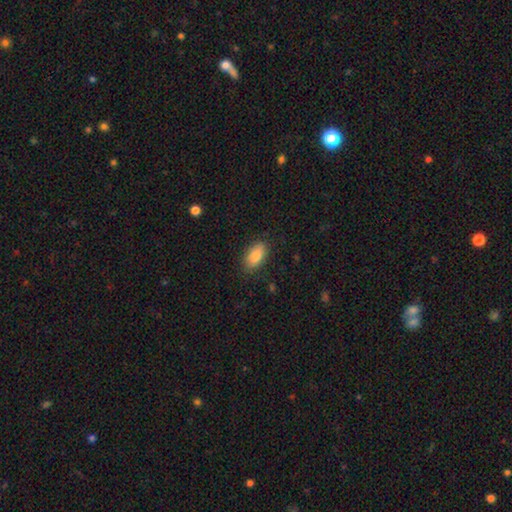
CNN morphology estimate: smooth-or-featured: smooth: 85% | star or artifact: 8% | featured or disk: 8%
  how-rounded: in between: 91% | cigar-shaped: 5% | round: 4%
  merging: none: 85% | minor disturbance: 11% | major disturbance: 2% | merger: 1%